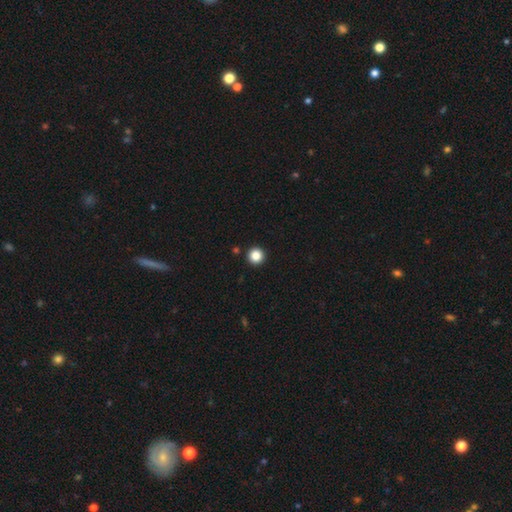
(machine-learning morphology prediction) This is clearly a smooth galaxy (86%). How rounded: clearly round (97%). Merging: clearly none (93%).